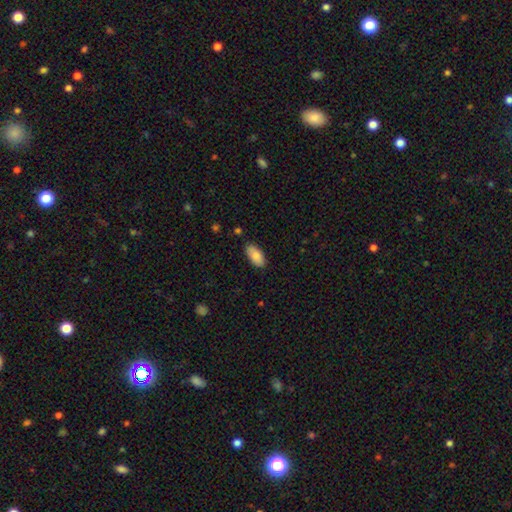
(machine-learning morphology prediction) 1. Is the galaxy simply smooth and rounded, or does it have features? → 85% smooth, 8% featured or disk, 6% star or artifact.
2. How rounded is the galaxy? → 91% in between, 7% cigar-shaped, 2% round.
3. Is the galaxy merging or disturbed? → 85% none, 11% minor disturbance, 2% major disturbance, 1% merger.